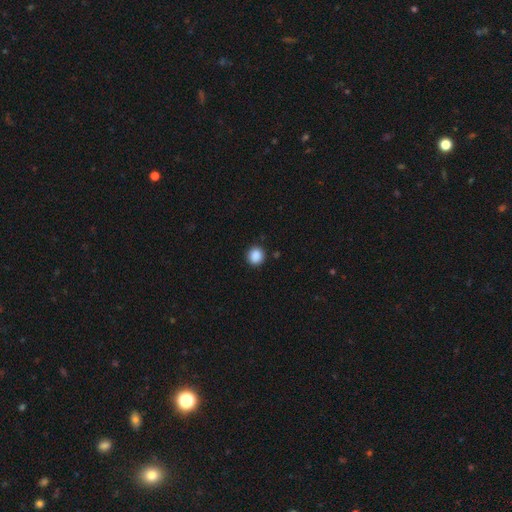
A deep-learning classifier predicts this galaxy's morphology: The model was most divided on "smooth or featured": smooth: 88%, star or artifact: 10%, featured or disk: 2%. More confident: how rounded — round (91%); merging — none (90%).